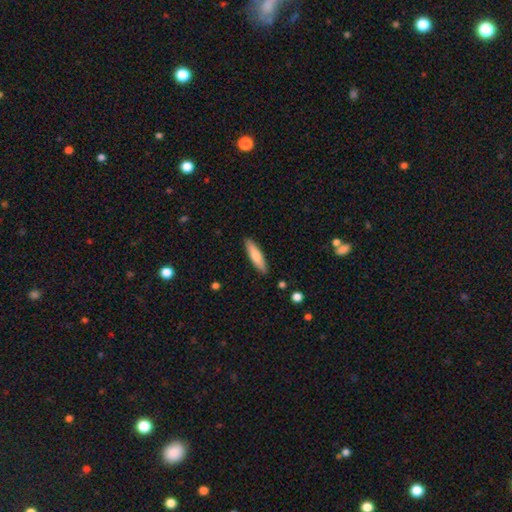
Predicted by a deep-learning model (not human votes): Q: Smooth or featured?
A: smooth (74%); runner-up: featured or disk (20%)
Q: How rounded?
A: cigar-shaped (77%); runner-up: in between (22%)
Q: Merging?
A: none (89%); runner-up: minor disturbance (8%)